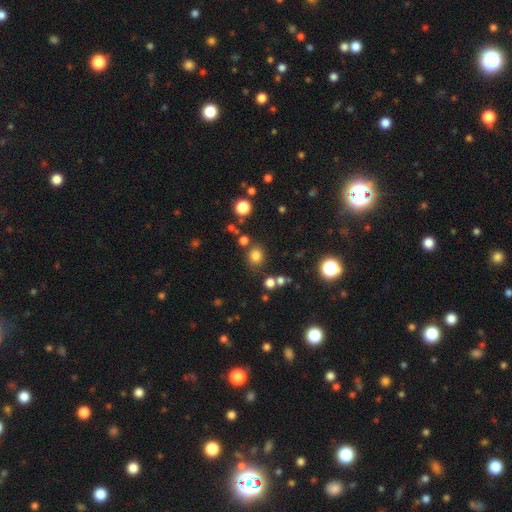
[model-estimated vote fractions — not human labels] Smooth or featured: smooth — 79% (star or artifact — 16%)
How rounded: round — 77% (in between — 22%)
Merging: none — 80% (minor disturbance — 10%)